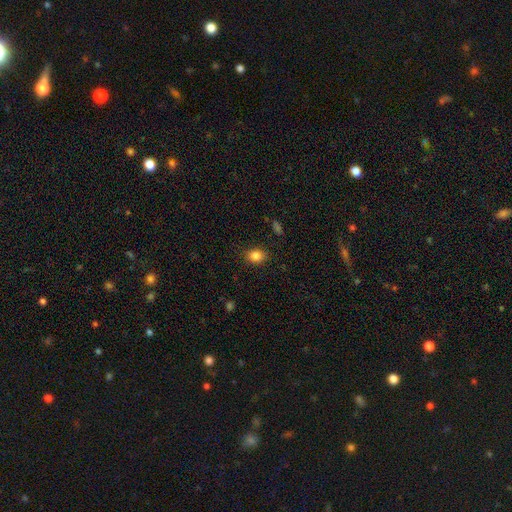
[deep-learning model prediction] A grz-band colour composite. It shows a smooth galaxy with no disk features (85%) that is in between round and cigar-shaped (55%). Merging: none (86%).